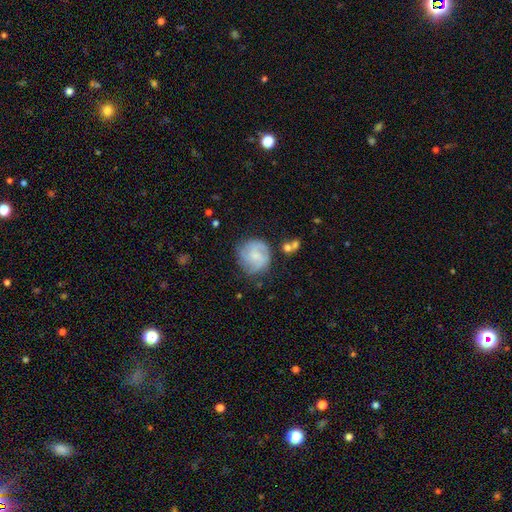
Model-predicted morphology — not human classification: A featured or disk galaxy (55%) with no bar (62%), spiral arms (83%) and a small central bulge (50%). Merging: none (69%).